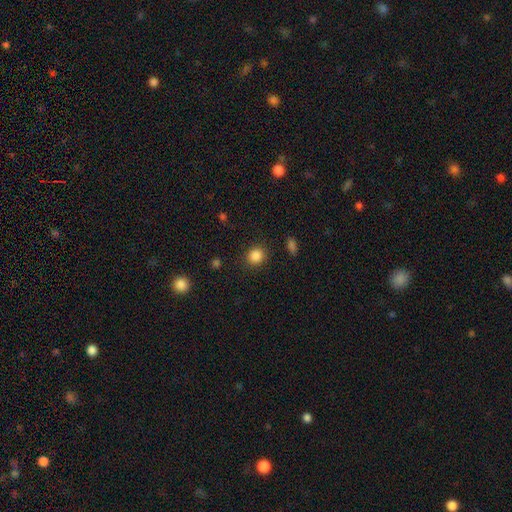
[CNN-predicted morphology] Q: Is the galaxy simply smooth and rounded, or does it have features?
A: smooth — 86%.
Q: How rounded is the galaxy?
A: round — 84%.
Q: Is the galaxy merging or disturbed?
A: none — 87%.